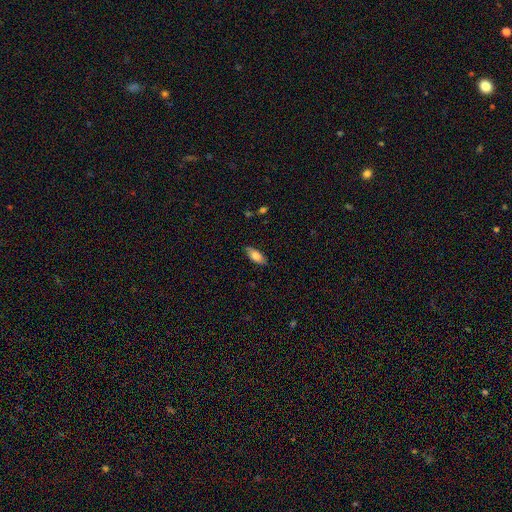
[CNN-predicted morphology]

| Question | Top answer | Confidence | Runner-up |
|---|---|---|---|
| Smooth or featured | smooth | 78% | featured or disk (15%) |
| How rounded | in between | 81% | cigar-shaped (16%) |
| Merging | none | 85% | minor disturbance (11%) |